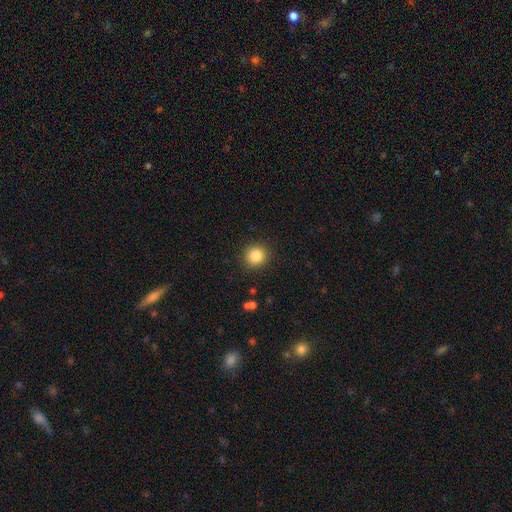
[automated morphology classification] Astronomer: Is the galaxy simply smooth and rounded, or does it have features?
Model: smooth — 85%.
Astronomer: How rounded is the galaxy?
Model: round — 90%.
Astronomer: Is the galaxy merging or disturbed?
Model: none — 91%.